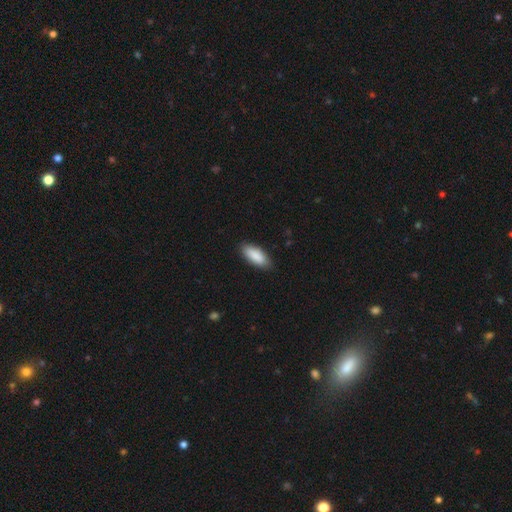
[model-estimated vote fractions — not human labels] Q: Smooth or featured?
A: smooth (88%); runner-up: featured or disk (6%)
Q: How rounded?
A: in between (80%); runner-up: cigar-shaped (18%)
Q: Merging?
A: none (87%); runner-up: minor disturbance (10%)